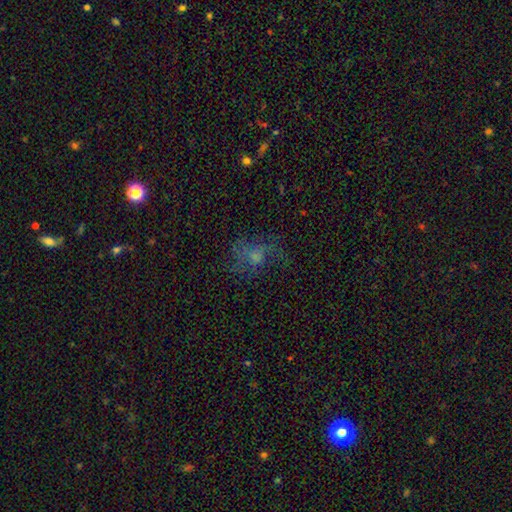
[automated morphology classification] A featured or disk galaxy (39%).

Vote fractions:
- Smooth or featured? featured or disk: 39% / smooth: 37% / star or artifact: 23%
- Merging? none: 51% / major disturbance: 28% / minor disturbance: 19% / merger: 2%